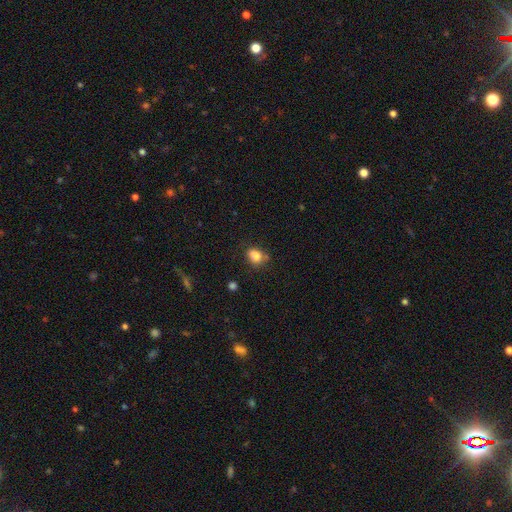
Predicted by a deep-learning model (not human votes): smooth_or_featured: smooth (p=0.83) [alt: star or artifact p=0.11]
how_rounded: in between (p=0.64) [alt: round p=0.35]
merging: none (p=0.64) [alt: minor disturbance p=0.22]